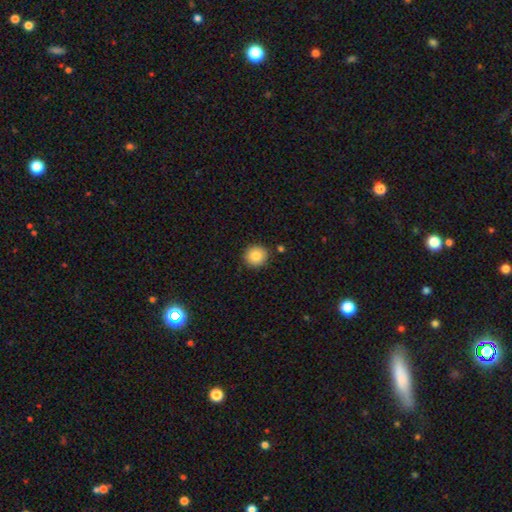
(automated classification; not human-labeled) A smooth galaxy with no disk features (84%) that is round (90%). Merging: none (87%).